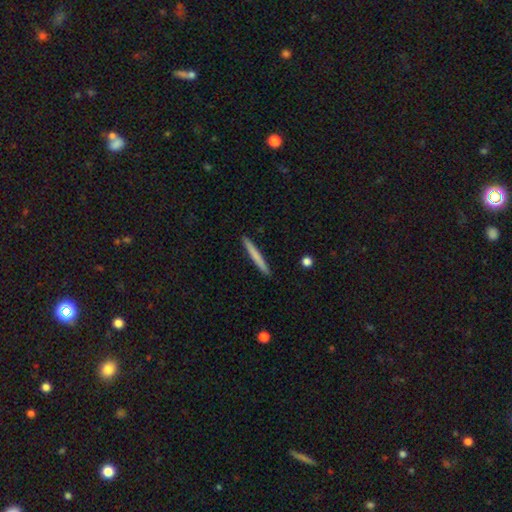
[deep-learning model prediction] This appears to be a smooth galaxy with no disk features (71%) that is cigar-shaped (97%). Merging: none (93%).